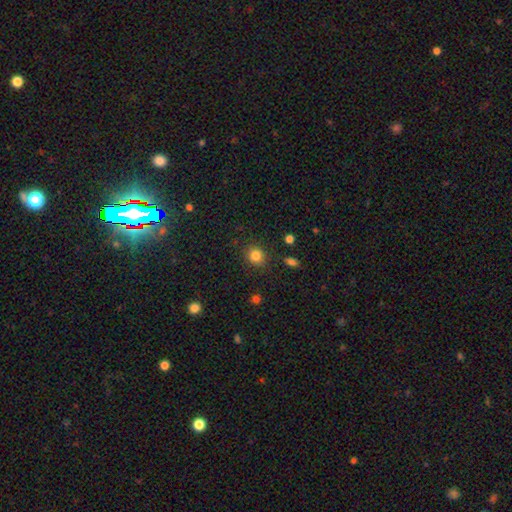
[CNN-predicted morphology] type=smooth (83%); roundness=round (82%); merging=none (87%).